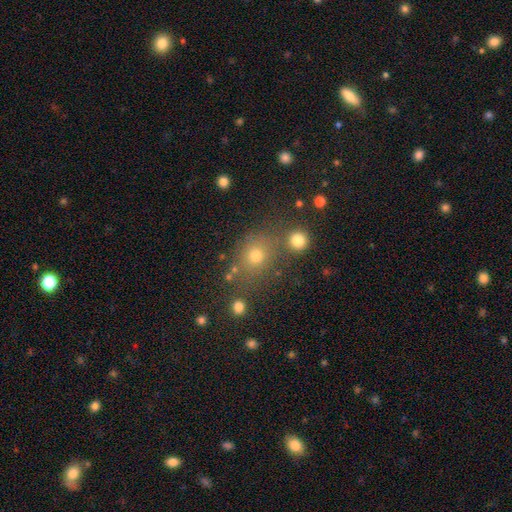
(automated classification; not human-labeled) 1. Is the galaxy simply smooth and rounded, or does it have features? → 69% smooth, 21% star or artifact, 10% featured or disk.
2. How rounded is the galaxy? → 72% round, 27% in between, 1% cigar-shaped.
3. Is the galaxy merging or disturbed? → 68% none, 15% merger, 12% minor disturbance, 5% major disturbance.